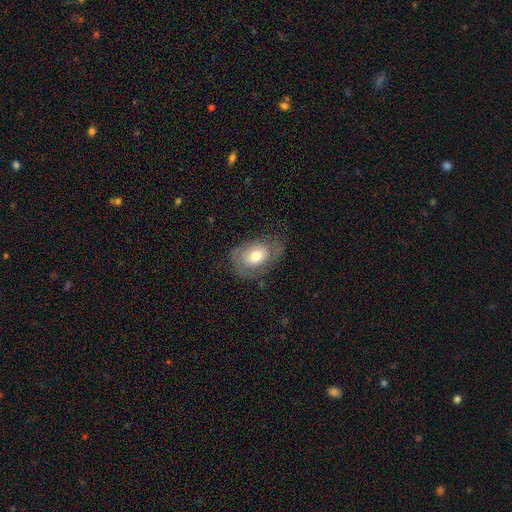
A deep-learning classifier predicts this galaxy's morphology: A smooth galaxy with no disk features (54%) that is in between round and cigar-shaped (81%).

Vote fractions:
- Smooth or featured? smooth: 54% / featured or disk: 38% / star or artifact: 8%
- How rounded? in between: 81% / round: 18% / cigar-shaped: 1%
- Merging? none: 60% / minor disturbance: 26% / major disturbance: 13% / merger: 1%